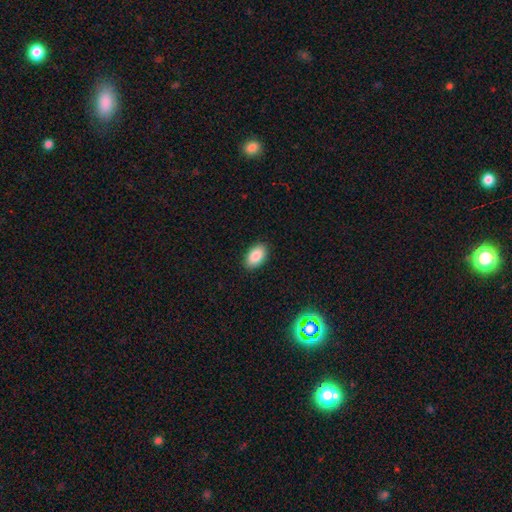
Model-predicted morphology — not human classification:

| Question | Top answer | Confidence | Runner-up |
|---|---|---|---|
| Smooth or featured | smooth | 88% | star or artifact (7%) |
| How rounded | in between | 93% | round (5%) |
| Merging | none | 90% | minor disturbance (8%) |